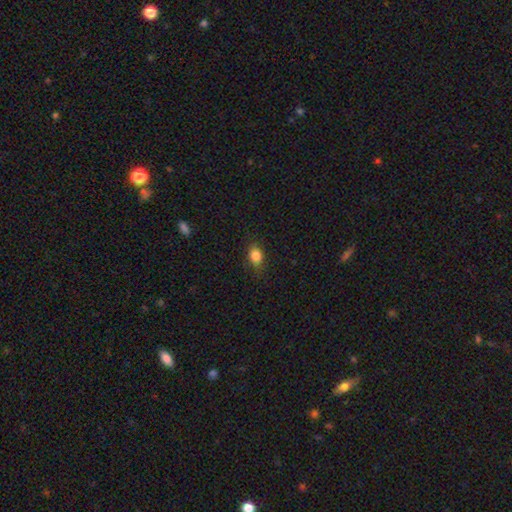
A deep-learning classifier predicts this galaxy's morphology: A smooth galaxy with no disk features (84%) that is in between round and cigar-shaped (68%). Merging: none (83%).